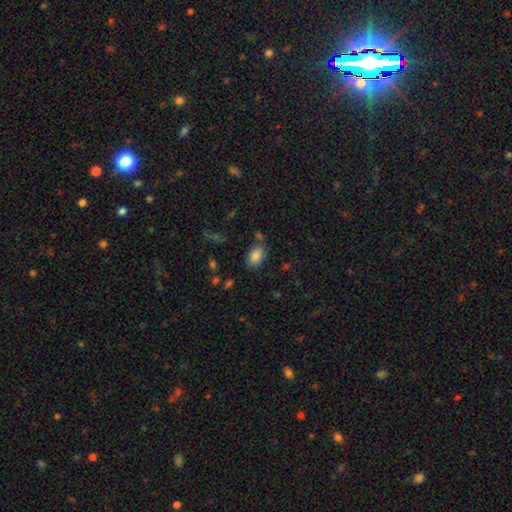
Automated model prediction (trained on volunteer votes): smooth_or_featured: smooth (p=0.84) [alt: star or artifact p=0.09]
how_rounded: in between (p=0.85) [alt: round p=0.13]
merging: none (p=0.74) [alt: minor disturbance p=0.14]